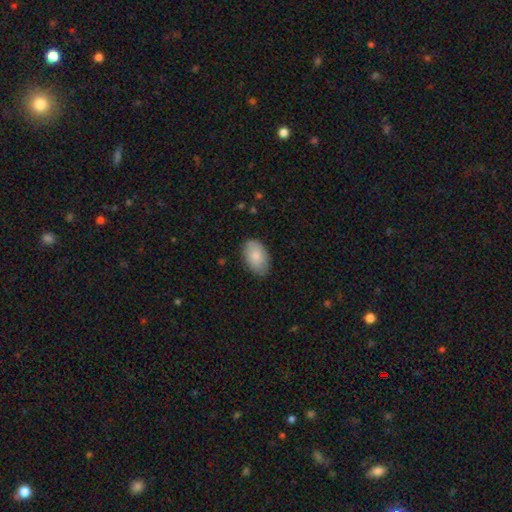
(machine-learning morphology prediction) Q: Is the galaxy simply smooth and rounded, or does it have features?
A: smooth — 85%.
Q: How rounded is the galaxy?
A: in between — 92%.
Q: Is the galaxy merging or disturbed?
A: none — 82%.